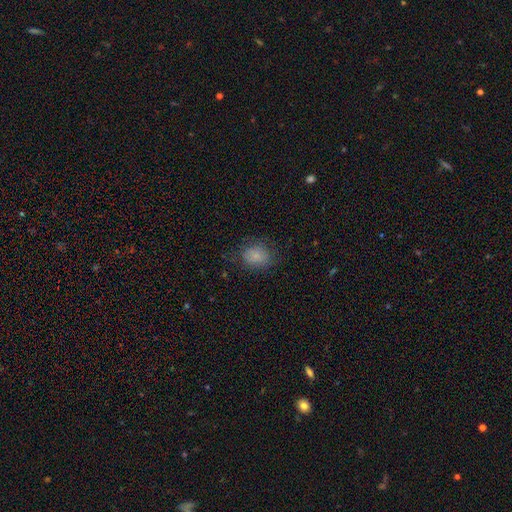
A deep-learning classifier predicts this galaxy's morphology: This is likely a smooth galaxy (79%). How rounded: possibly round (50%). Merging: likely none (71%).